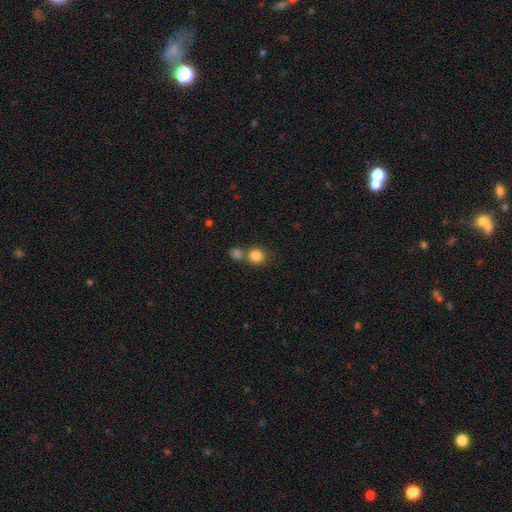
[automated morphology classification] smooth_or_featured: smooth (p=0.84) [alt: star or artifact p=0.10]
how_rounded: round (p=0.83) [alt: in between p=0.16]
merging: none (p=0.50) [alt: merger p=0.39]